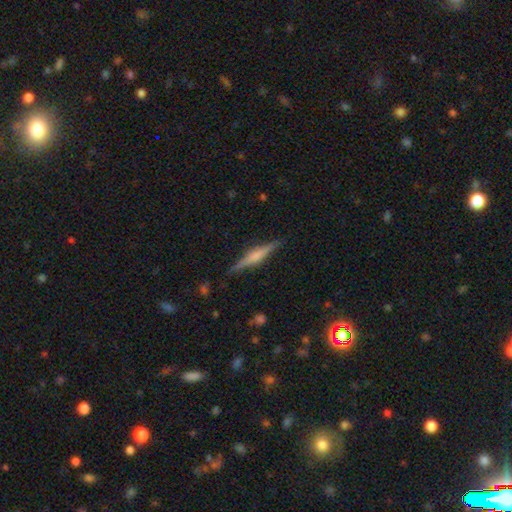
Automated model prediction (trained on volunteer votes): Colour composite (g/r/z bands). It shows a featured or disk galaxy (66%) viewed edge-on (98%) with a rounded central bulge (64%). Merging: none (88%).